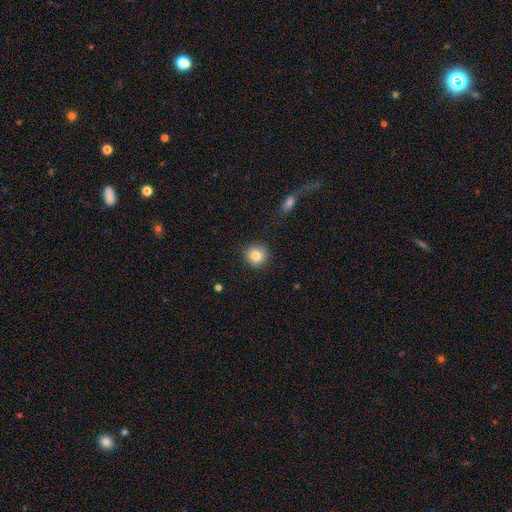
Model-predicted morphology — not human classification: A smooth galaxy with no disk features (82%) that is round (92%).

Vote fractions:
- Smooth or featured? smooth: 82% / star or artifact: 10% / featured or disk: 8%
- How rounded? round: 92% / in between: 7% / cigar-shaped: 1%
- Merging? none: 88% / minor disturbance: 8% / major disturbance: 2% / merger: 1%